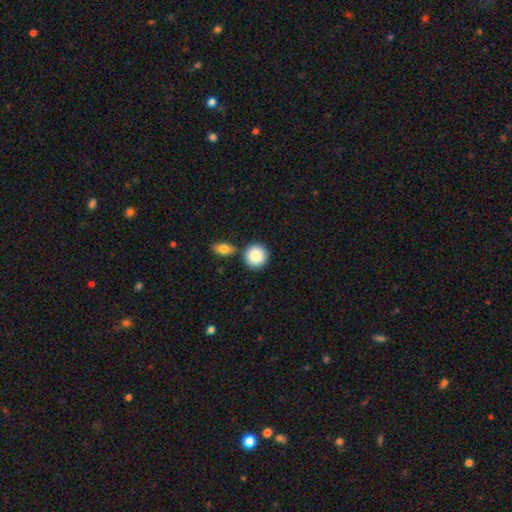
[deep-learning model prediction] This appears to be a smooth galaxy with no disk features (88%) that is round (92%). Merging: none (78%).